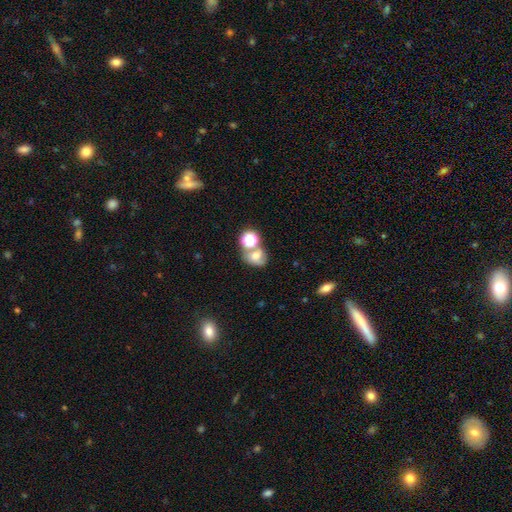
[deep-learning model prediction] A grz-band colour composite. It shows a smooth galaxy with no disk features (58%) that is round (50%). Merging: merger (42%).